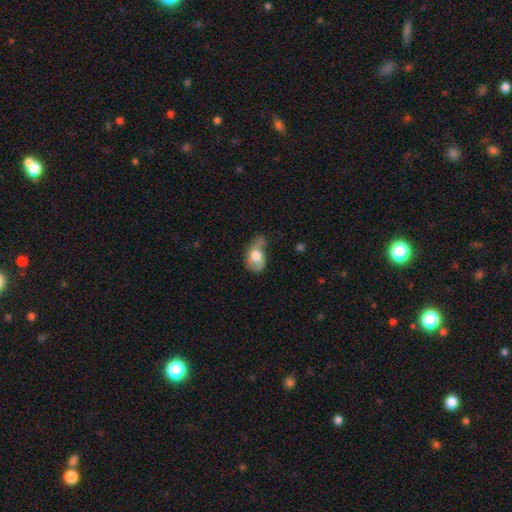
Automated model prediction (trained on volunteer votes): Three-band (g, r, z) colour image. It shows a smooth galaxy with no disk features (53%) that is in between round and cigar-shaped (79%). Merging: minor disturbance (35%).